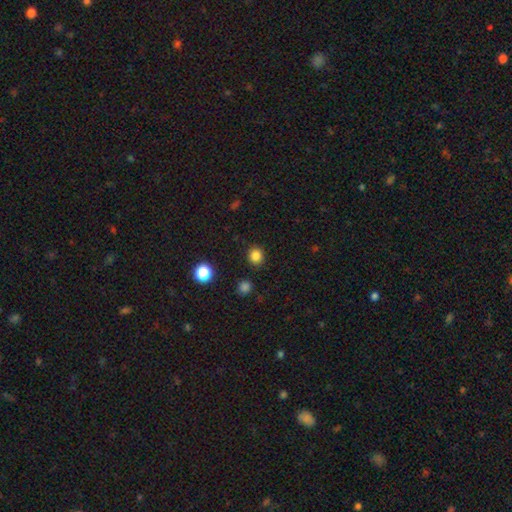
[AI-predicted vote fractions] Overall: smooth (83%). How rounded: round (84%). Merging: none (89%).